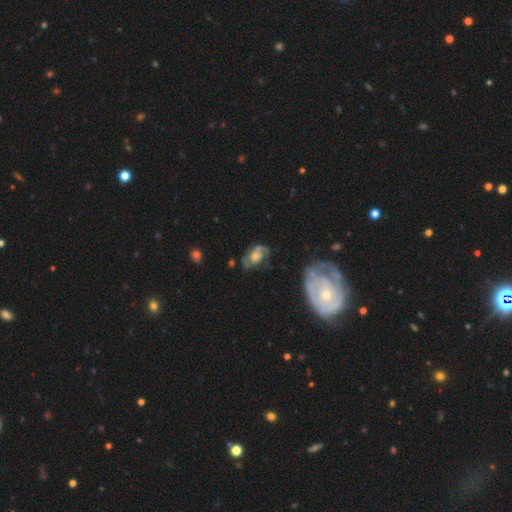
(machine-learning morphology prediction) A featured or disk galaxy (67%) with no bar (73%), 2 (60%) medium (43%) spiral arms (81%) and a moderate central bulge (52%). Merging: none (56%).